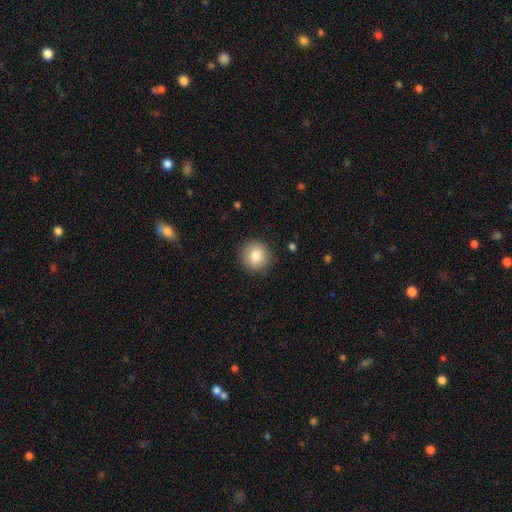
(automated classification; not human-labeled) A smooth galaxy with no disk features (83%) that is round (92%).

Vote fractions:
- Smooth or featured? smooth: 83% / star or artifact: 9% / featured or disk: 8%
- How rounded? round: 92% / in between: 7% / cigar-shaped: 1%
- Merging? none: 89% / minor disturbance: 7% / major disturbance: 2% / merger: 1%